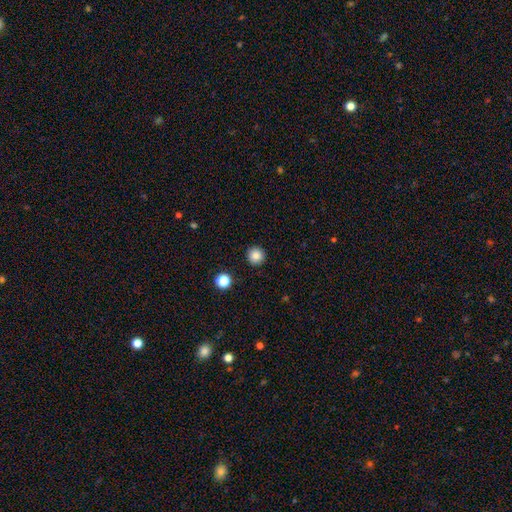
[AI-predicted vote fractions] A smooth galaxy with no disk features (85%) that is round (95%). Merging: none (92%).